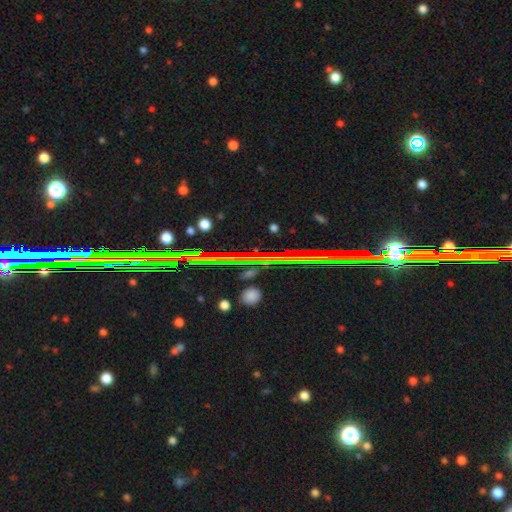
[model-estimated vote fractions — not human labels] Smooth or featured?
  - star or artifact: 79% *
  - featured or disk: 12%
  - smooth: 9%